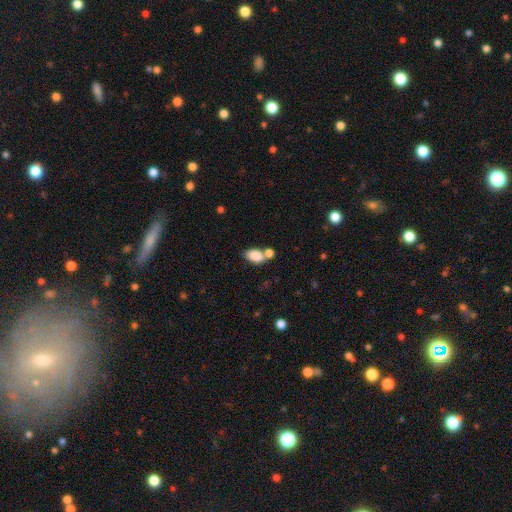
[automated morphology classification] Smooth or featured: smooth — 85% (star or artifact — 8%)
How rounded: in between — 91% (round — 8%)
Merging: none — 45% (merger — 39%)